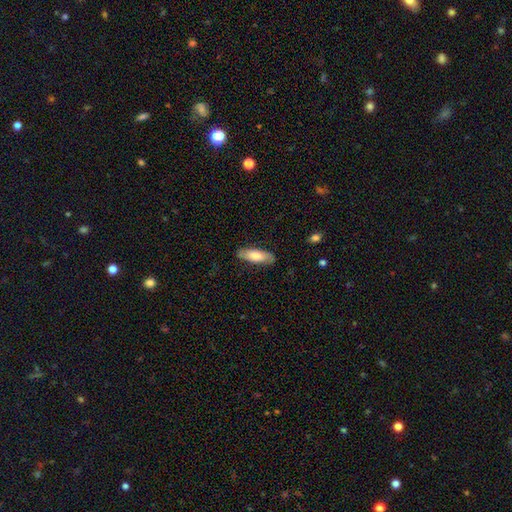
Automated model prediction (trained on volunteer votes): This is likely a smooth galaxy (70%). How rounded: likely in between (62%). Merging: clearly none (83%).